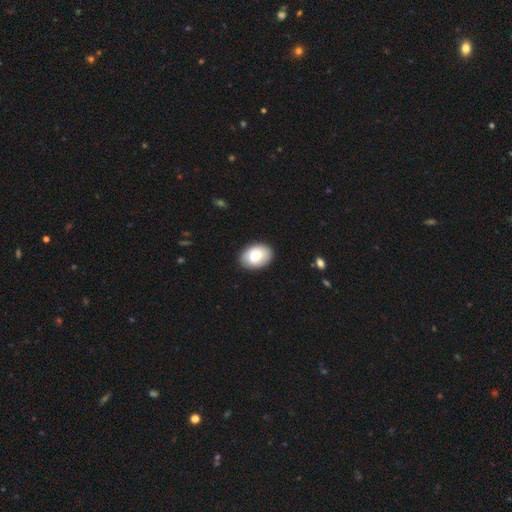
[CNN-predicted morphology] smooth_or_featured: smooth (p=0.82) [alt: featured or disk p=0.11]
how_rounded: in between (p=0.82) [alt: round p=0.17]
merging: none (p=0.86) [alt: minor disturbance p=0.11]